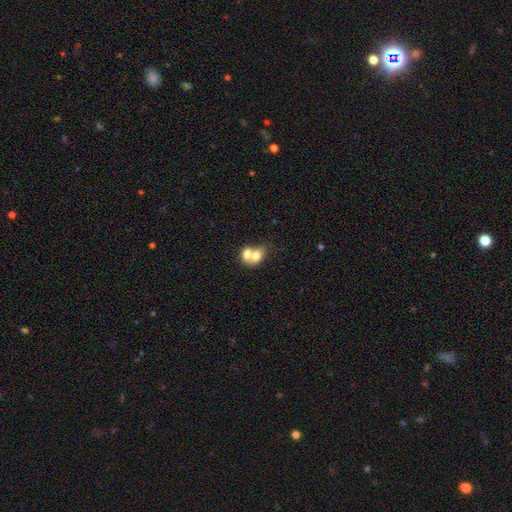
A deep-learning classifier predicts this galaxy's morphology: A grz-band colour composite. It shows a smooth galaxy with no disk features (69%) that is in between round and cigar-shaped (63%). Merging: merger (72%).